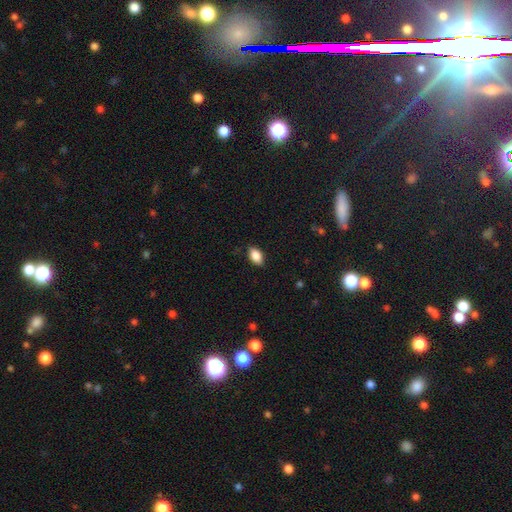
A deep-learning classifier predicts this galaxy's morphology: A smooth galaxy with no disk features (87%) that is in between round and cigar-shaped (91%).

Vote fractions:
- Smooth or featured? smooth: 87% / star or artifact: 8% / featured or disk: 6%
- How rounded? in between: 91% / round: 6% / cigar-shaped: 3%
- Merging? none: 85% / minor disturbance: 12% / major disturbance: 2% / merger: 1%